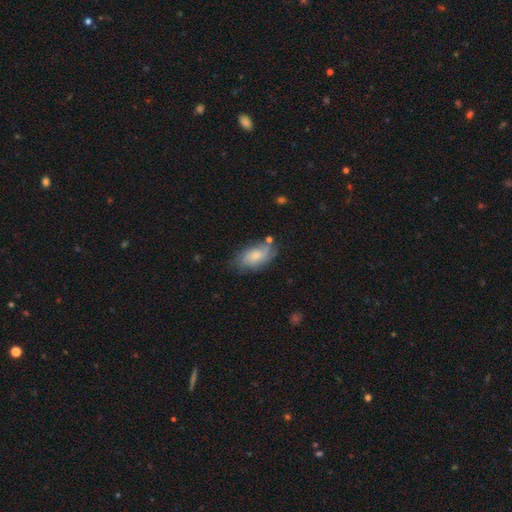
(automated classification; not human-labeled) smooth_or_featured: smooth (p=0.55) [alt: featured or disk p=0.38]
how_rounded: in between (p=0.90) [alt: round p=0.05]
merging: none (p=0.64) [alt: minor disturbance p=0.24]